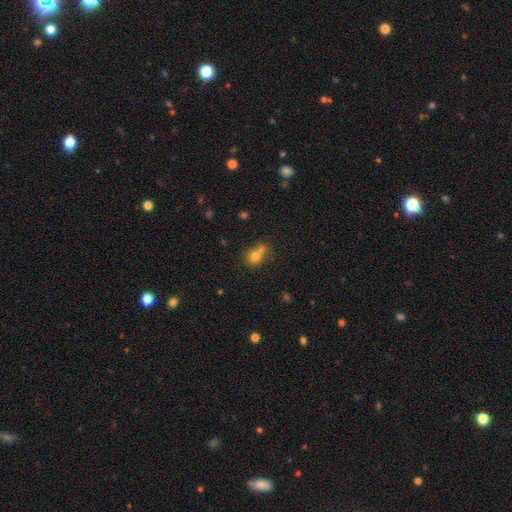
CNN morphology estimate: The model was most divided on "merging": merger: 56%, none: 32%, minor disturbance: 8%, major disturbance: 4%. More confident: smooth or featured — smooth (73%); how rounded — round (68%).